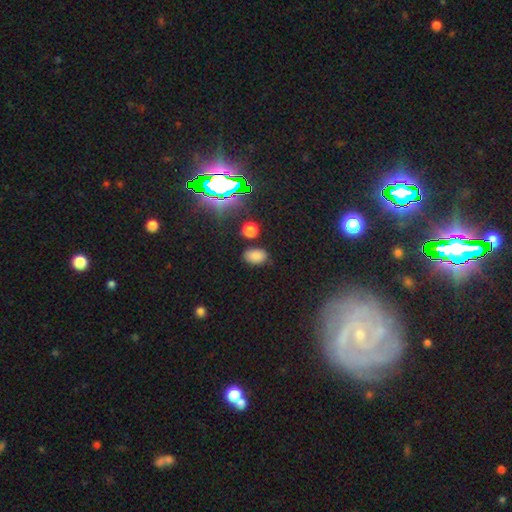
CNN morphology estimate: Smooth or featured: smooth — 77% (star or artifact — 18%)
How rounded: in between — 85% (round — 14%)
Merging: none — 79% (minor disturbance — 13%)